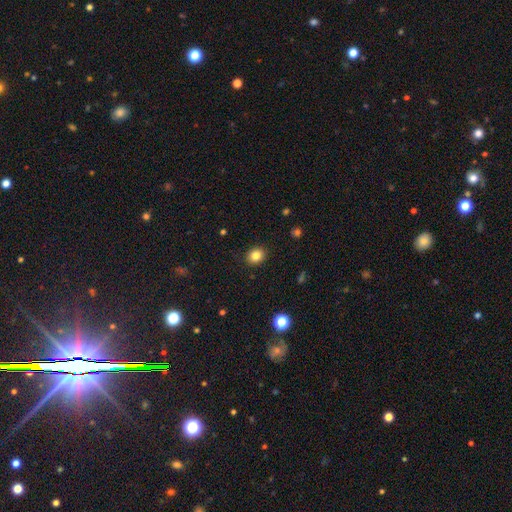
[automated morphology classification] Smooth or featured? Predicted: smooth (p=0.83). How rounded? Predicted: round (p=0.62). Merging? Predicted: none (p=0.90).